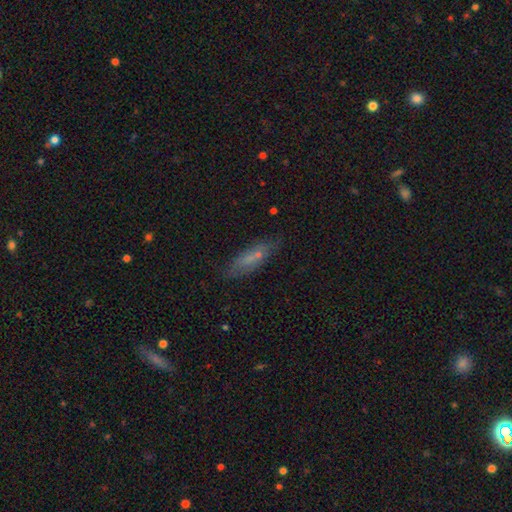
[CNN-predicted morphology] Overall: smooth (55%; featured or disk 30%). How rounded: cigar-shaped (61%; in between 36%). Merging: none (76%).